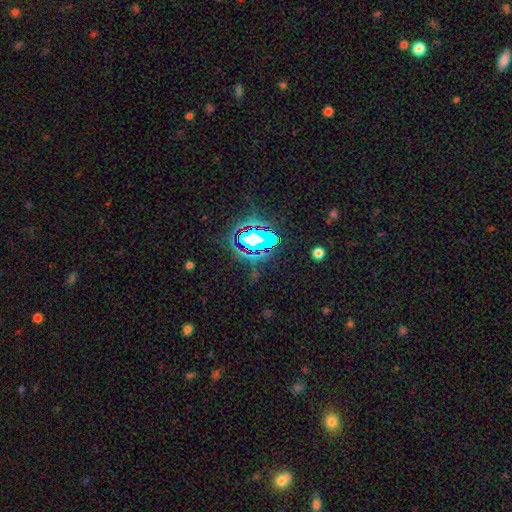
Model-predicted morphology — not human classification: smooth_or_featured: star or artifact (p=0.80) [alt: smooth p=0.13]